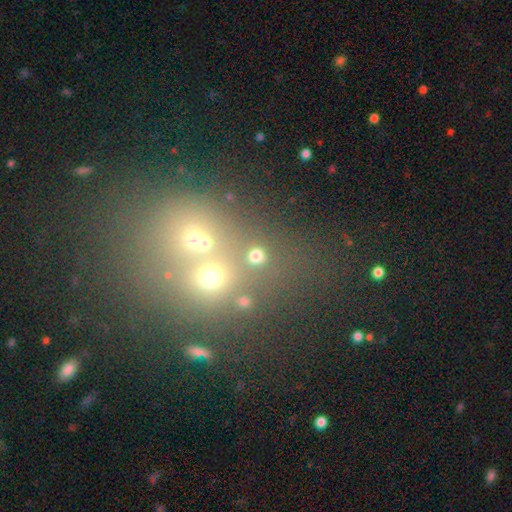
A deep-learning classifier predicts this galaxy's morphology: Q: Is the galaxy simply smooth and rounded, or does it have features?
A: smooth — 71%.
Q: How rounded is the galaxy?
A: round — 83%.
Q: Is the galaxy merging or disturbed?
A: none — 66%.